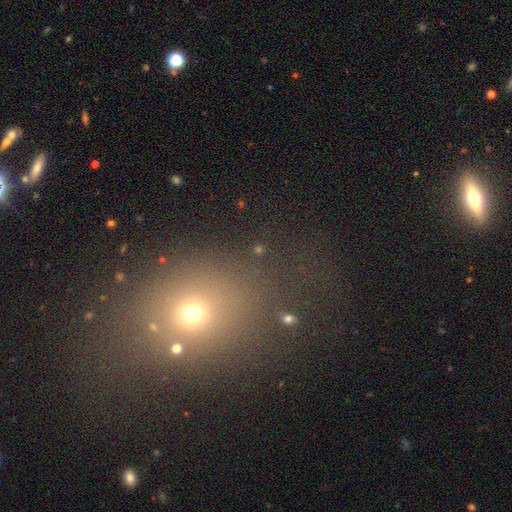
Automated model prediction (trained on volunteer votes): This is possibly a smooth galaxy (55%). How rounded: possibly in between (54%). Merging: likely none (74%).